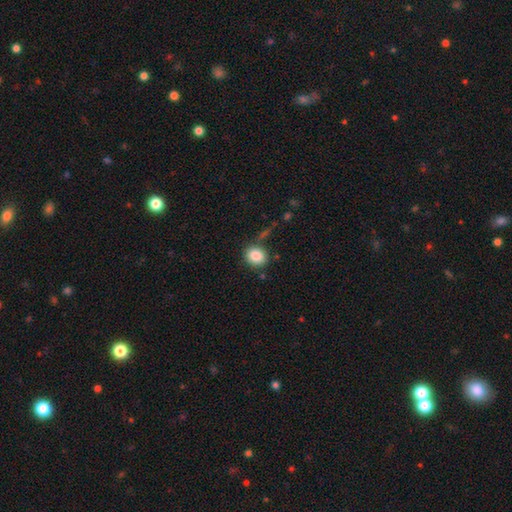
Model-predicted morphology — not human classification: smooth_or_featured: smooth (p=0.86) [alt: star or artifact p=0.09]
how_rounded: round (p=0.69) [alt: in between p=0.30]
merging: none (p=0.77) [alt: minor disturbance p=0.12]